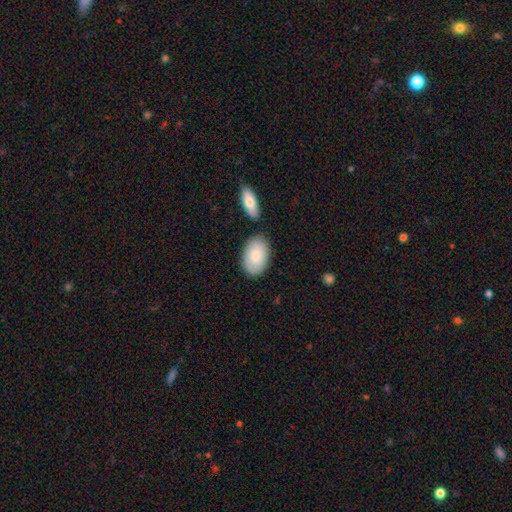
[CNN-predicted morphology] A smooth galaxy with no disk features (82%) that is in between round and cigar-shaped (93%). Merging: none (75%).